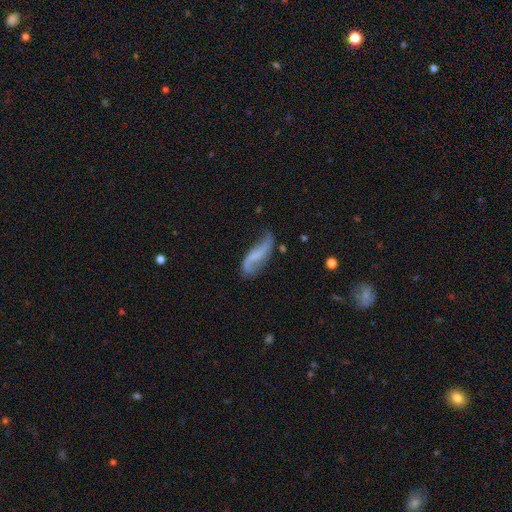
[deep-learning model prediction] This is likely a featured or disk galaxy (72%). It is clearly not viewed edge-on (91%). Bar: possibly no (46%). Spiral arm pattern: clearly yes (91%). Spiral arm count: clearly 2 (87%). Spiral winding: clearly loose (85%). Central bulge: possibly none (58%). Merging: possibly none (56%).